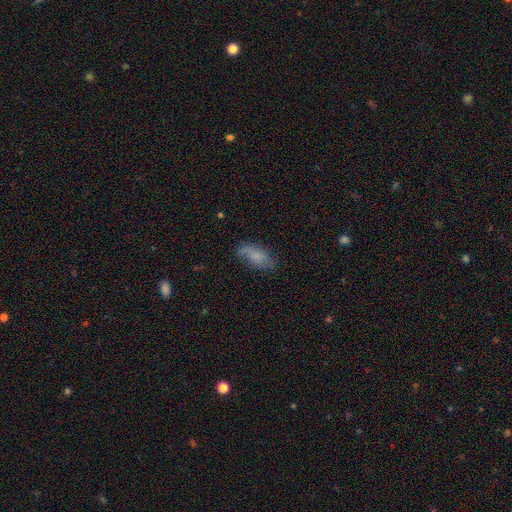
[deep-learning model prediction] Smooth or featured? smooth (69%)
How rounded? in between (84%)
Merging? none (67%)